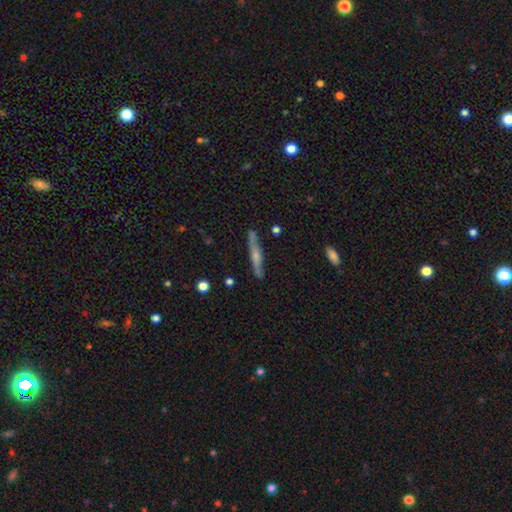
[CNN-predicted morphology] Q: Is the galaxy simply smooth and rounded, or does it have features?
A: featured or disk — 61%.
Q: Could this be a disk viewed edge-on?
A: yes — 94%.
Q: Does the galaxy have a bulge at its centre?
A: rounded — 69%.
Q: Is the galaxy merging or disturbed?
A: none — 85%.